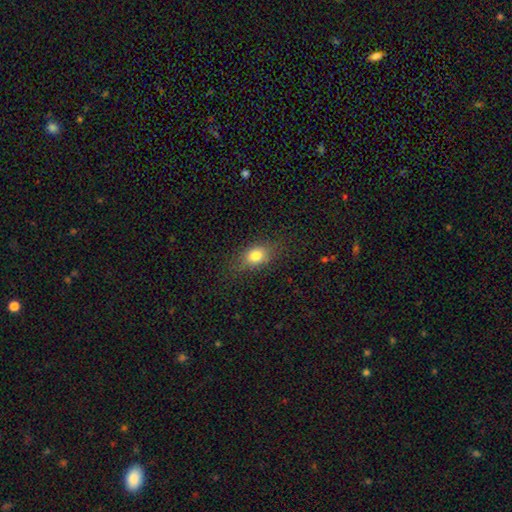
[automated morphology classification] Smooth or featured: smooth — 78% (star or artifact — 12%)
How rounded: in between — 63% (round — 34%)
Merging: none — 77% (minor disturbance — 16%)